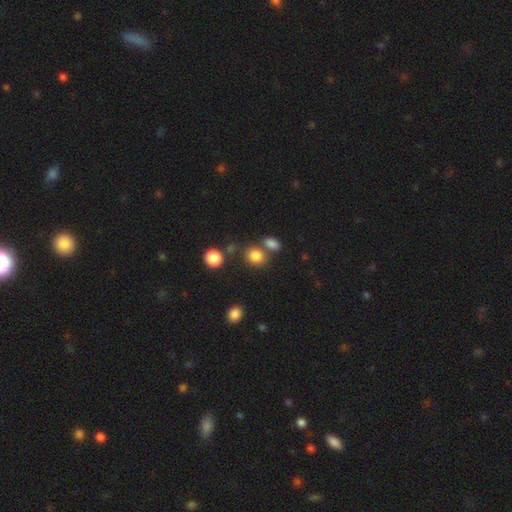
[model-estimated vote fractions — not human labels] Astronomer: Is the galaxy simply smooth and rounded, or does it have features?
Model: smooth — 81%.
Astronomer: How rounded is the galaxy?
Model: round — 59% (runner-up: in between, 40%).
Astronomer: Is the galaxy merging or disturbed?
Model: none — 62%.